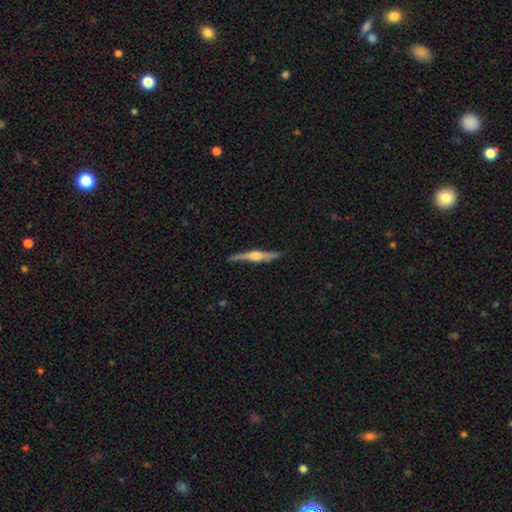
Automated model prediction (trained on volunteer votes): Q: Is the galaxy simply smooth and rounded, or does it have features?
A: featured or disk — 77%.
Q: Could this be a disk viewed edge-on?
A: yes — 98%.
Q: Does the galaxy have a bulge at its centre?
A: rounded — 92%.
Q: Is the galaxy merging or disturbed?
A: none — 87%.